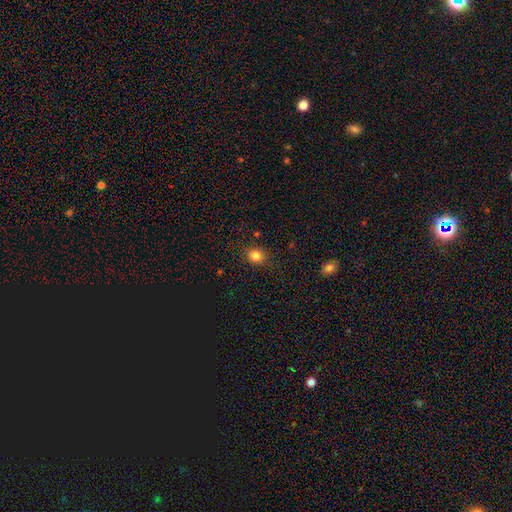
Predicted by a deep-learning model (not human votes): smooth-or-featured: smooth: 82% | star or artifact: 12% | featured or disk: 5%
  how-rounded: round: 78% | in between: 21% | cigar-shaped: 1%
  merging: none: 86% | minor disturbance: 9% | major disturbance: 3% | merger: 2%